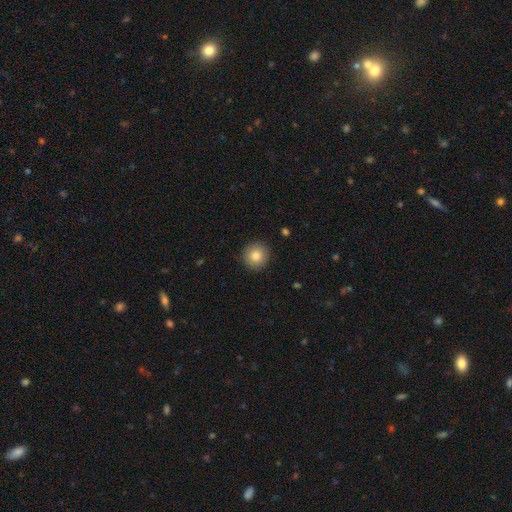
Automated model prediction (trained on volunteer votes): Smooth or featured: smooth — 84% (star or artifact — 9%)
How rounded: round — 92% (in between — 7%)
Merging: none — 91% (minor disturbance — 6%)